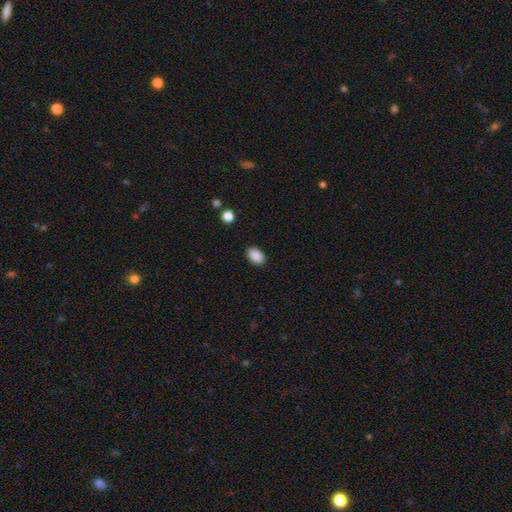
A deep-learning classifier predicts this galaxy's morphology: type=smooth (89%); roundness=in between (86%); merging=none (88%).